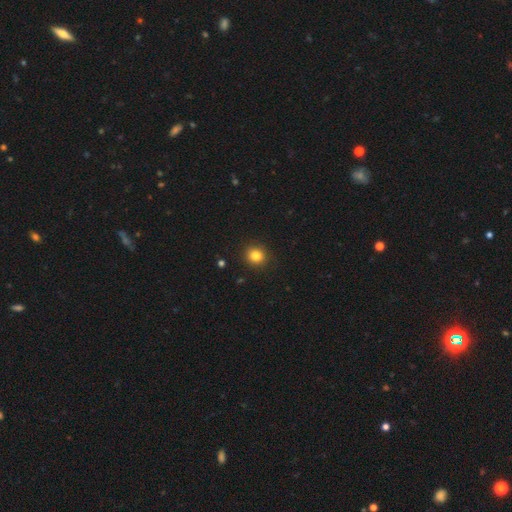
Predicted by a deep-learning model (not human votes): A smooth galaxy with no disk features (83%) that is round (87%). Merging: none (91%).